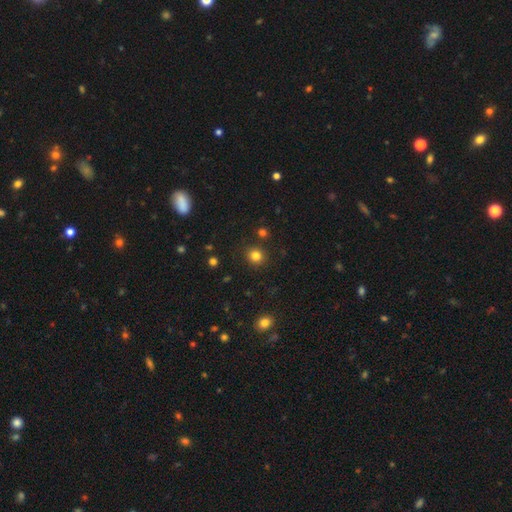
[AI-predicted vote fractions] Smooth or featured: smooth — 82% (star or artifact — 13%)
How rounded: round — 88% (in between — 11%)
Merging: none — 89% (minor disturbance — 6%)